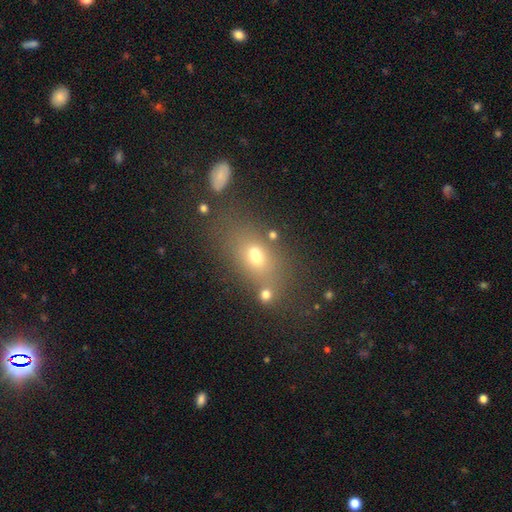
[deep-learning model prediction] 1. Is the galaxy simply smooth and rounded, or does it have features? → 65% smooth, 18% star or artifact, 17% featured or disk.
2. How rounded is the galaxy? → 75% in between, 20% round, 5% cigar-shaped.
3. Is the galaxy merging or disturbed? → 59% none, 16% minor disturbance, 15% merger, 10% major disturbance.